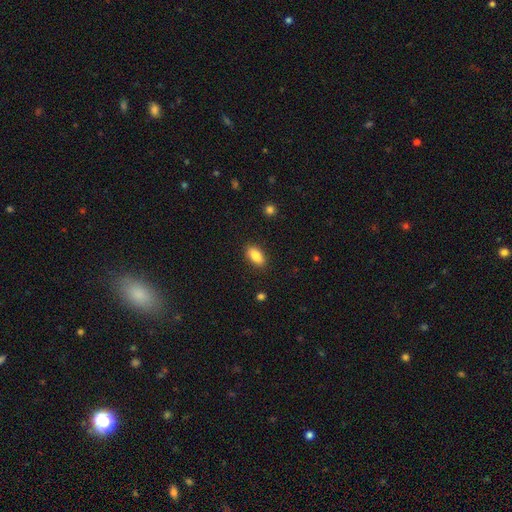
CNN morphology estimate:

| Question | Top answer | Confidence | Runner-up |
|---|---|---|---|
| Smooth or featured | smooth | 86% | star or artifact (7%) |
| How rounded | in between | 91% | cigar-shaped (6%) |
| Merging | none | 88% | minor disturbance (9%) |